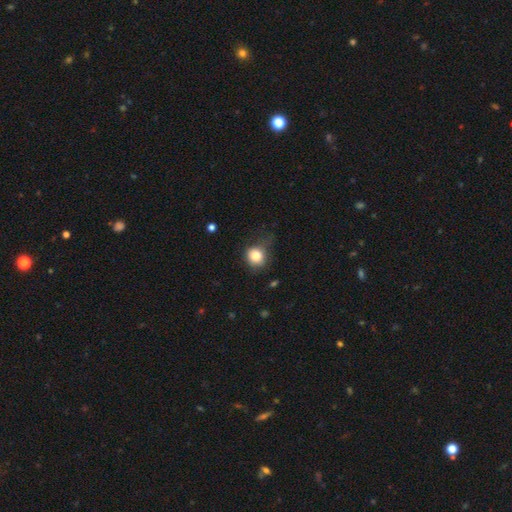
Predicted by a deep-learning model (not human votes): Smooth or featured? Predicted: smooth (p=0.81). How rounded? Predicted: round (p=0.82). Merging? Predicted: none (p=0.61).